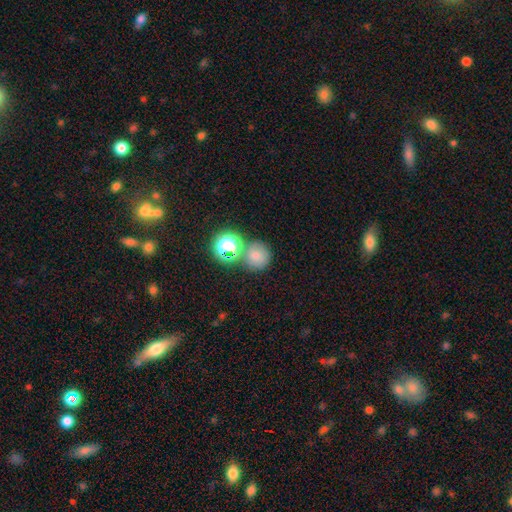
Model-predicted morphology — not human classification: This appears to be a smooth galaxy with no disk features (70%) that is round (89%). Merging: none (64%).